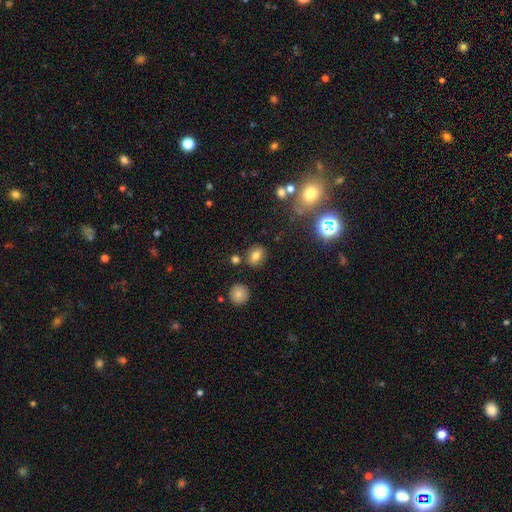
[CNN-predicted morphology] smooth 76%, star or artifact 14%, featured or disk 10%. Down the decision tree: how rounded — round (52%); merging — none (83%).